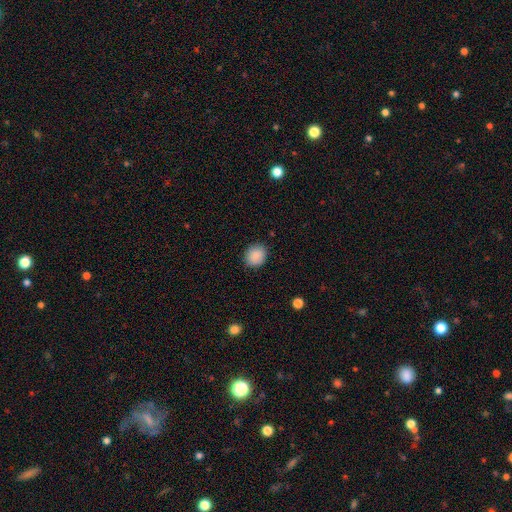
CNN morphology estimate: Smooth or featured? smooth (89%)
How rounded? round (71%)
Merging? none (87%)